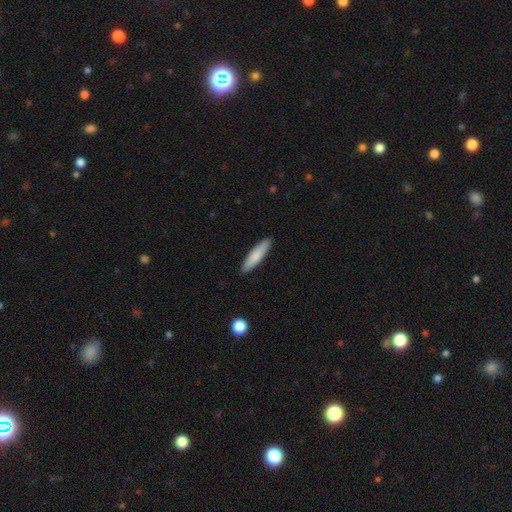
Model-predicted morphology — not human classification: Q: Smooth or featured?
A: smooth (80%); runner-up: featured or disk (15%)
Q: How rounded?
A: cigar-shaped (79%); runner-up: in between (20%)
Q: Merging?
A: none (90%); runner-up: minor disturbance (8%)